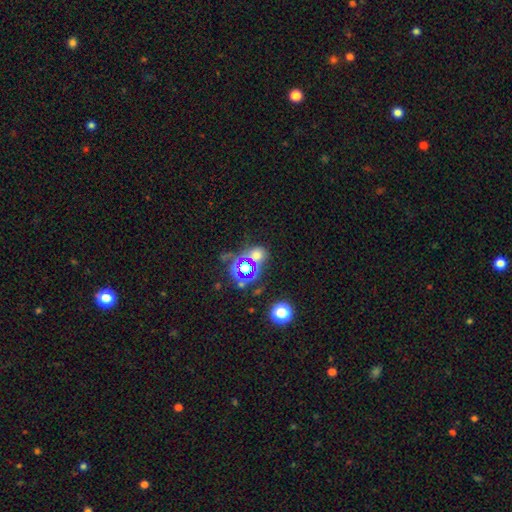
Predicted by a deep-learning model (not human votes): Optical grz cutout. It shows a smooth galaxy with no disk features (47%). Merging: none (59%).